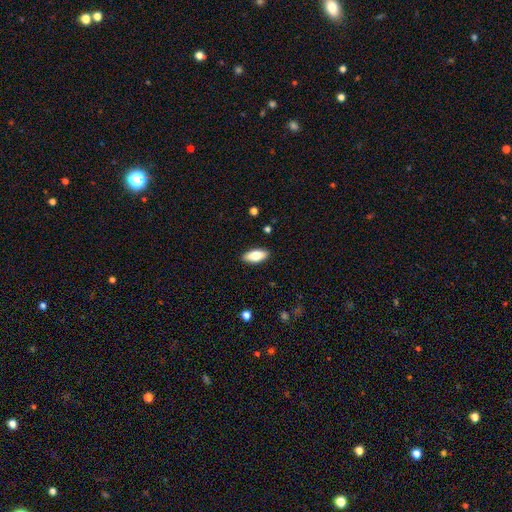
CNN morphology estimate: This appears to be a smooth galaxy with no disk features (79%) that is in between round and cigar-shaped (84%). Merging: none (89%).